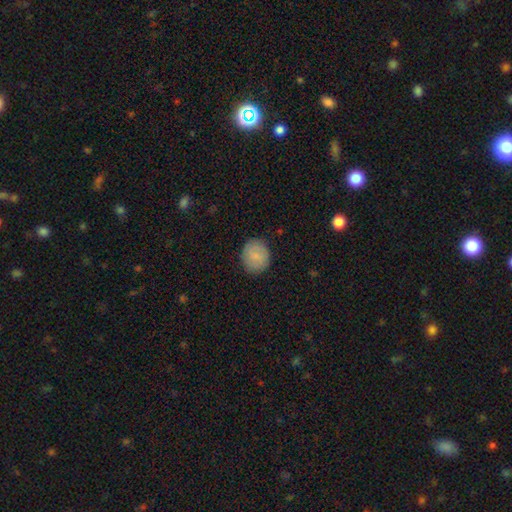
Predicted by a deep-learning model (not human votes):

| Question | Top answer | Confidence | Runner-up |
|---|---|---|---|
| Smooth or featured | smooth | 84% | featured or disk (9%) |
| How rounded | round | 82% | in between (17%) |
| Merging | none | 86% | minor disturbance (11%) |